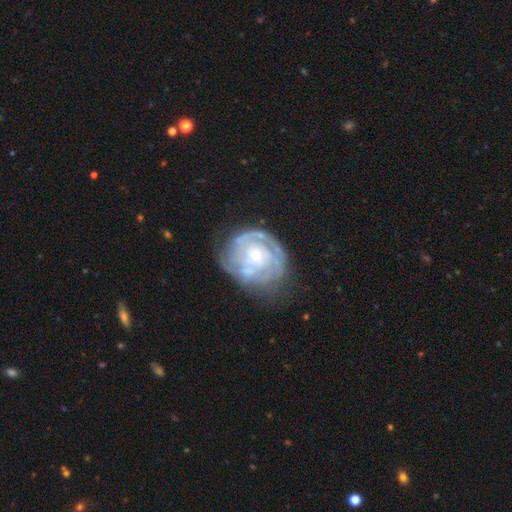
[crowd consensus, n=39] Overall: featured or disk (79%). Edge-on disk: no (100%). Bar: no (77%). Spiral arms: yes (81%). Spiral arm count: can't tell (52%; 2 24%). Spiral winding: tight (64%; medium 32%). Bulge size: small (71%). Merging: minor disturbance (39%; none 37%).